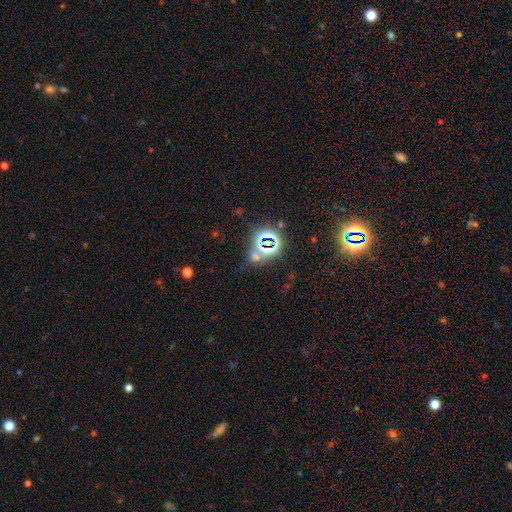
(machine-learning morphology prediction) The model was most divided on "smooth or featured": star or artifact: 67%, smooth: 24%, featured or disk: 9%.